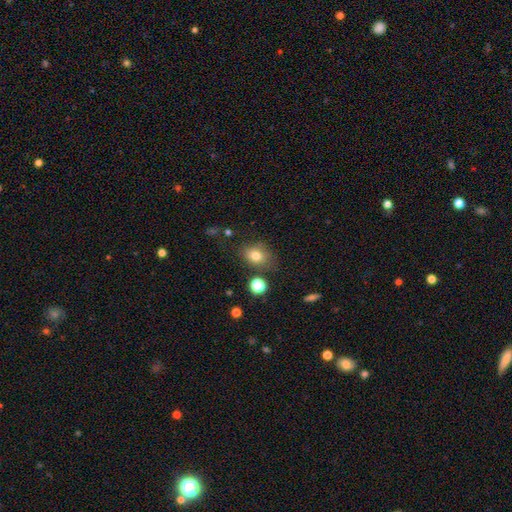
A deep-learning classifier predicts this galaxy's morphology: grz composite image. It shows a smooth galaxy with no disk features (79%) that is in between round and cigar-shaped (63%). Merging: none (72%).